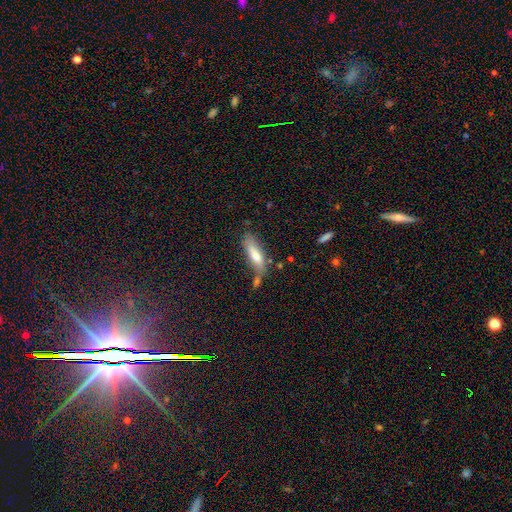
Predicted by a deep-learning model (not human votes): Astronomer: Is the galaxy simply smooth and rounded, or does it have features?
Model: smooth — 69%.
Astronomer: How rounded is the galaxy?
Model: cigar-shaped — 55% (runner-up: in between, 43%).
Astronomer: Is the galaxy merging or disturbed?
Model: none — 56%.